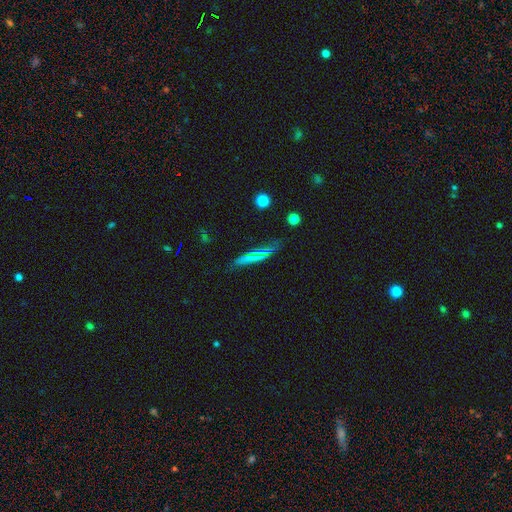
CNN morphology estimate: smooth-or-featured: smooth: 62% | featured or disk: 30% | star or artifact: 8%
  how-rounded: cigar-shaped: 88% | in between: 10% | round: 3%
  merging: none: 69% | minor disturbance: 22% | major disturbance: 6% | merger: 3%